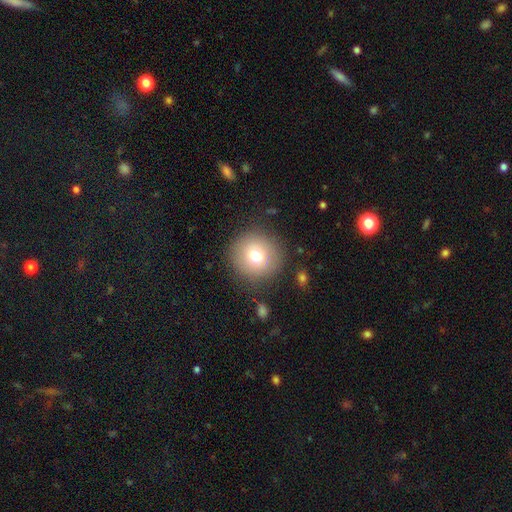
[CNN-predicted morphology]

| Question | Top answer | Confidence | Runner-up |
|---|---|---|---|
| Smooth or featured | smooth | 73% | featured or disk (17%) |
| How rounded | round | 93% | in between (6%) |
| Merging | none | 84% | minor disturbance (10%) |